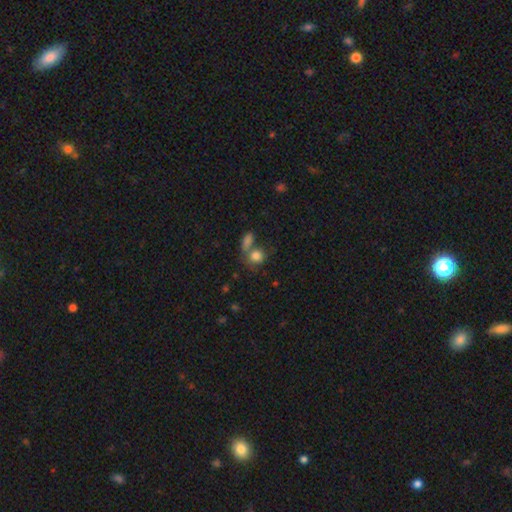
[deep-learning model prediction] Overall: smooth (80%). How rounded: round (68%; in between 30%). Merging: none (45%; merger 34%).